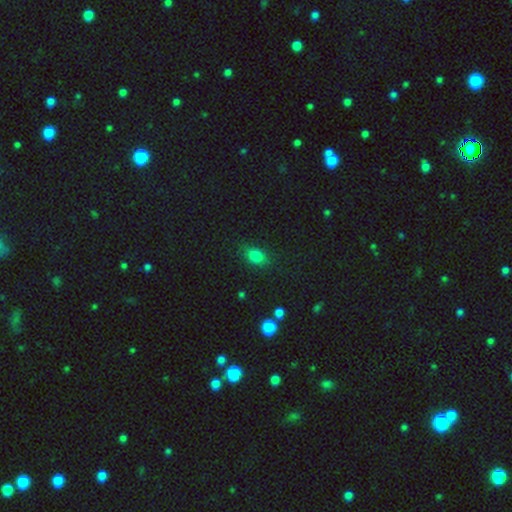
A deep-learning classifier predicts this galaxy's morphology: This is likely a smooth galaxy (78%). How rounded: likely in between (69%). Merging: likely none (79%).